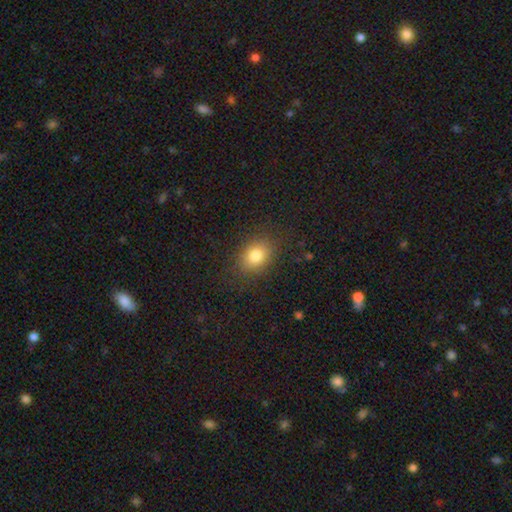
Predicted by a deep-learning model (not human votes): smooth 81%, star or artifact 11%, featured or disk 8%. Down the decision tree: how rounded — in between (64%); merging — none (84%).